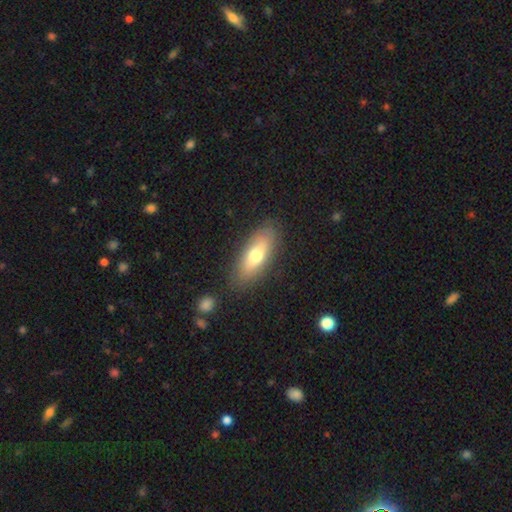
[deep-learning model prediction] This appears to be a smooth galaxy with no disk features (68%) that is in between round and cigar-shaped (70%). Merging: none (83%).